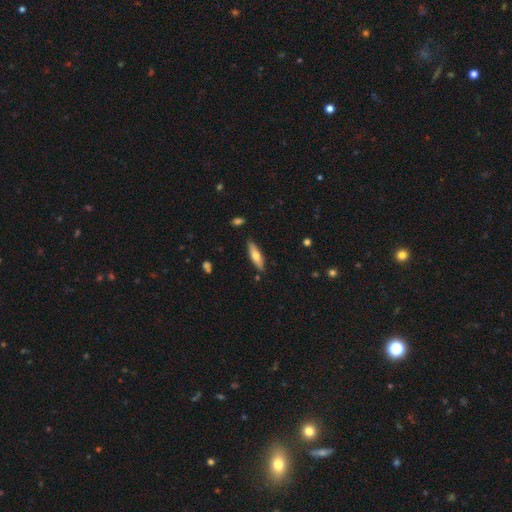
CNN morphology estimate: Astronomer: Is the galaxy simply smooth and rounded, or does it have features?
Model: smooth — 60%.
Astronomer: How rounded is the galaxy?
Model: cigar-shaped — 61% (runner-up: in between, 37%).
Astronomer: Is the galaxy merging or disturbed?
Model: none — 85%.